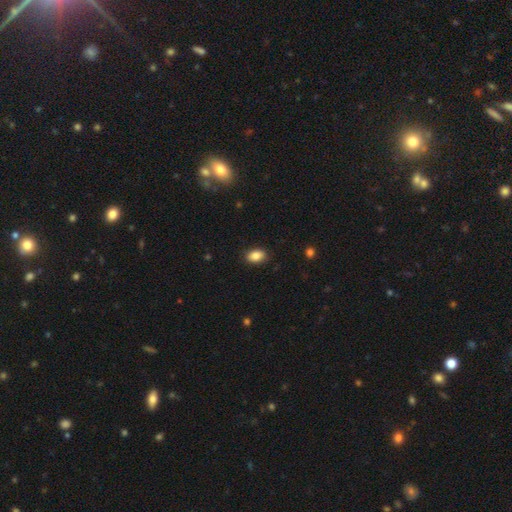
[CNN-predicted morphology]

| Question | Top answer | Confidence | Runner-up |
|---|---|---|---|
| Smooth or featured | smooth | 87% | star or artifact (8%) |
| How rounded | in between | 87% | round (12%) |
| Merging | none | 86% | minor disturbance (11%) |